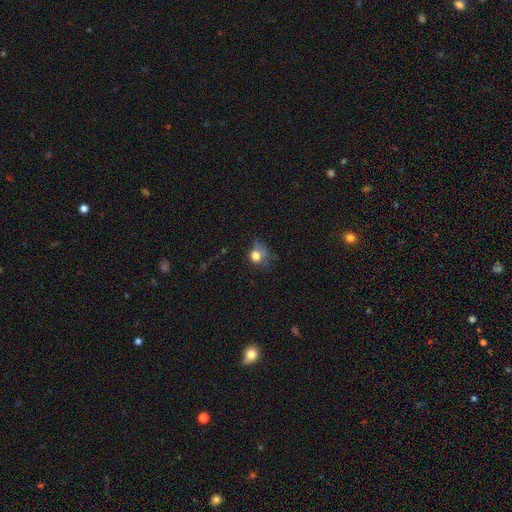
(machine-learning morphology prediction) The model was most divided on "merging": none: 40%, minor disturbance: 29%, major disturbance: 26%, merger: 4%. More confident: smooth or featured — smooth (71%); how rounded — round (64%).